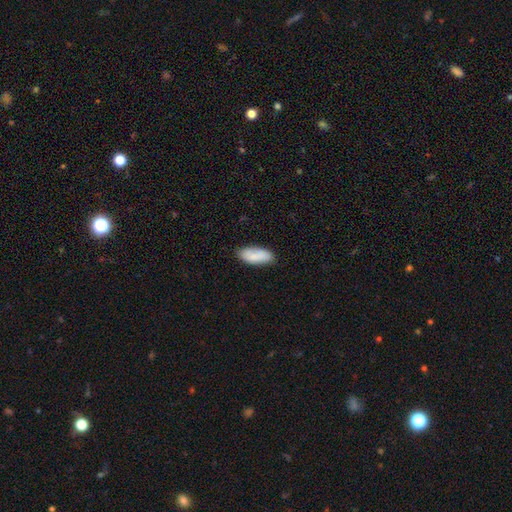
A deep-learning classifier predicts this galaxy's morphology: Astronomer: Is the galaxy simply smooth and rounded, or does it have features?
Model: smooth — 85%.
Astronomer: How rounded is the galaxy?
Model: in between — 84%.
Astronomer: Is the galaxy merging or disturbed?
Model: none — 80%.